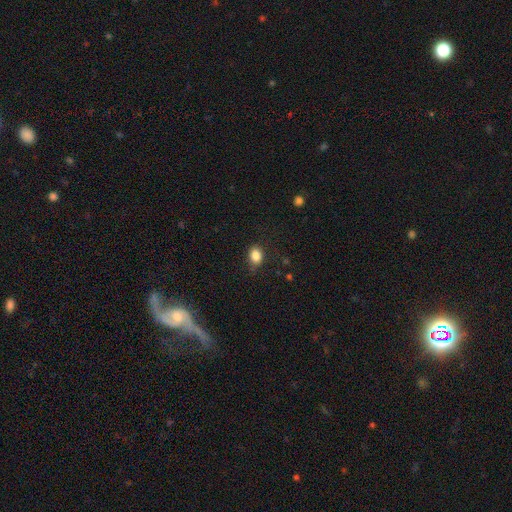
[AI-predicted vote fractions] A smooth galaxy with no disk features (85%) that is in between round and cigar-shaped (64%).

Vote fractions:
- Smooth or featured? smooth: 85% / star or artifact: 10% / featured or disk: 5%
- How rounded? in between: 64% / round: 35% / cigar-shaped: 1%
- Merging? none: 78% / minor disturbance: 16% / major disturbance: 4% / merger: 1%